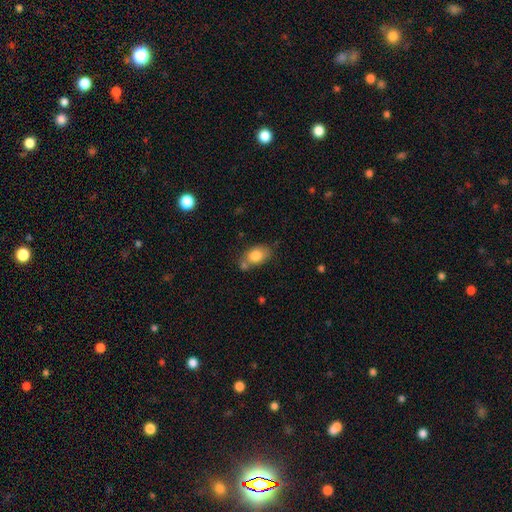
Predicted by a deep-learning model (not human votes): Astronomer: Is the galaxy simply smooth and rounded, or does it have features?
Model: smooth — 80%.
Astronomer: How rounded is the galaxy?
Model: in between — 81%.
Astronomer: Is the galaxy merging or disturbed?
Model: none — 54%.